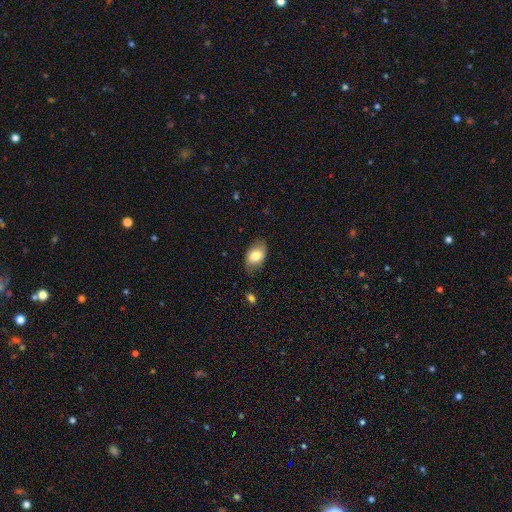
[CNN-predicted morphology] A smooth galaxy with no disk features (78%) that is in between round and cigar-shaped (88%).

Vote fractions:
- Smooth or featured? smooth: 78% / featured or disk: 15% / star or artifact: 7%
- How rounded? in between: 88% / round: 11% / cigar-shaped: 1%
- Merging? none: 79% / minor disturbance: 17% / major disturbance: 4% / merger: 1%